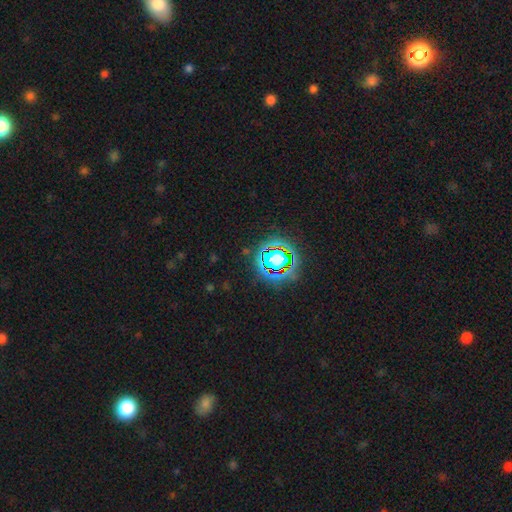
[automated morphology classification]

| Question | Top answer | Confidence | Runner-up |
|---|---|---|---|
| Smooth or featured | star or artifact | 80% | smooth (12%) |